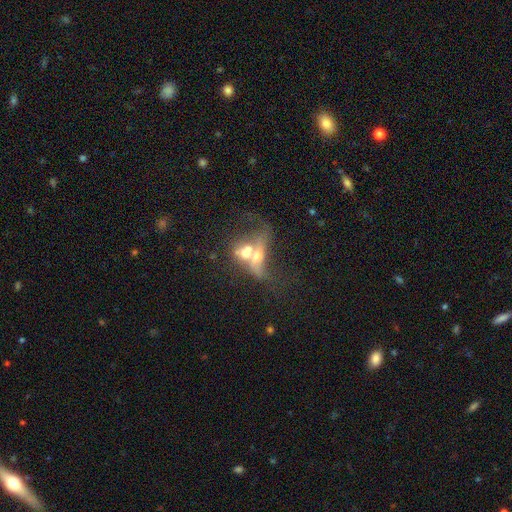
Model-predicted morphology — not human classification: Smooth or featured?
  - featured or disk: 52% *
  - smooth: 34%
  - star or artifact: 13%
Edge-on disk?
  - no: 89% *
  - yes: 11%
Merging?
  - merger: 69% *
  - major disturbance: 14%
  - none: 11%
  - minor disturbance: 6%